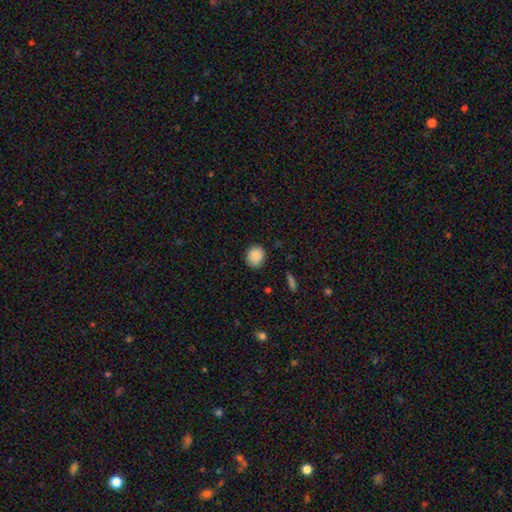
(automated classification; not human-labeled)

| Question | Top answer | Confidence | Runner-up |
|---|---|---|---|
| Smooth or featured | smooth | 89% | star or artifact (8%) |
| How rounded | round | 70% | in between (29%) |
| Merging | none | 88% | minor disturbance (9%) |